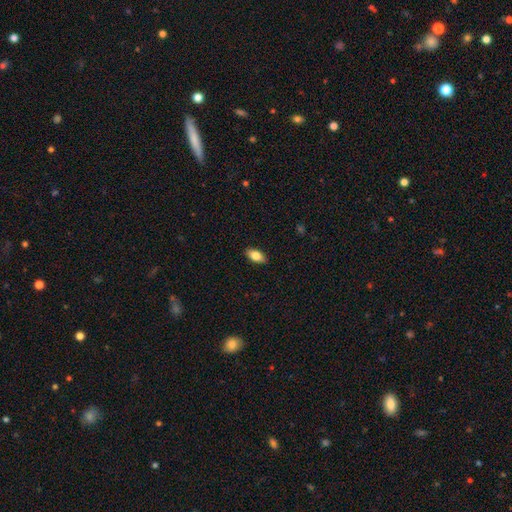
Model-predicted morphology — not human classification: A smooth galaxy with no disk features (82%) that is in between round and cigar-shaped (91%). Merging: none (89%).